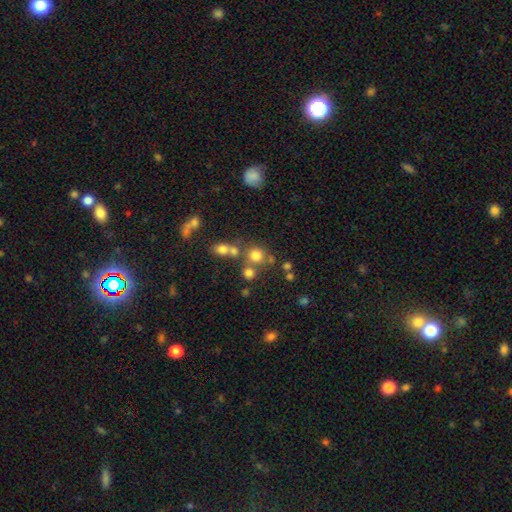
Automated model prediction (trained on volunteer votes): This is likely a smooth galaxy (72%). How rounded: clearly round (87%). Merging: possibly none (60%).